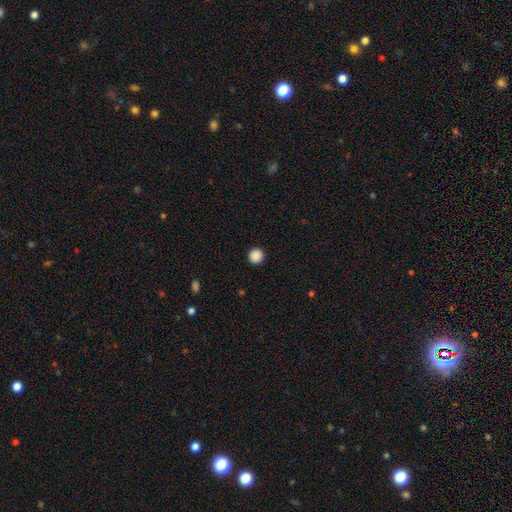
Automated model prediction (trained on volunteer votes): A smooth galaxy with no disk features (88%) that is round (96%). Merging: none (93%).